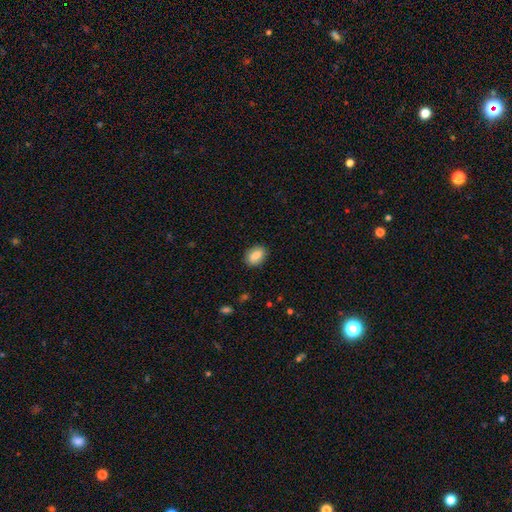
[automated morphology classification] A smooth galaxy with no disk features (83%) that is in between round and cigar-shaped (80%). Merging: none (87%).